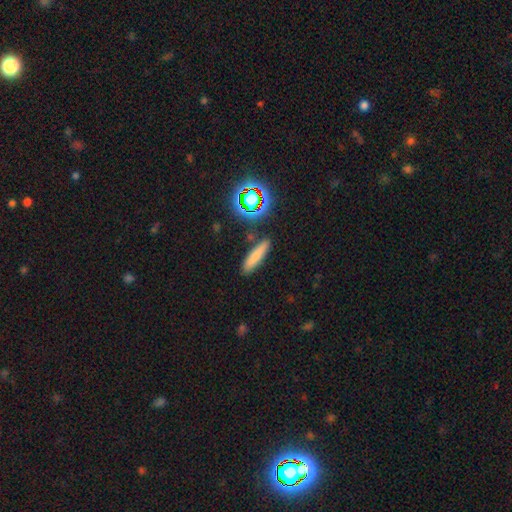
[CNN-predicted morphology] Overall: smooth (74%). How rounded: cigar-shaped (75%). Merging: none (84%).